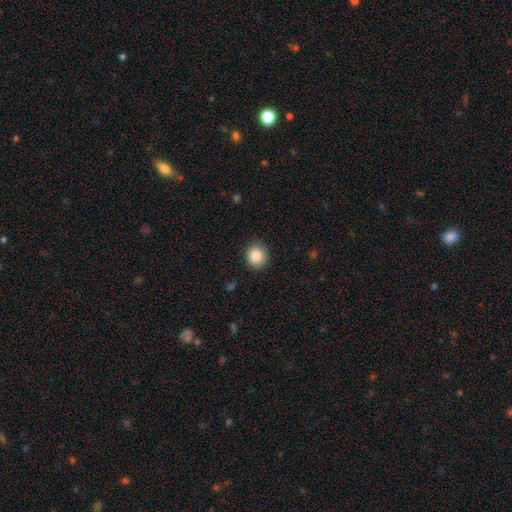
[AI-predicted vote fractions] Smooth or featured? Predicted: smooth (p=0.86). How rounded? Predicted: round (p=0.82). Merging? Predicted: none (p=0.87).